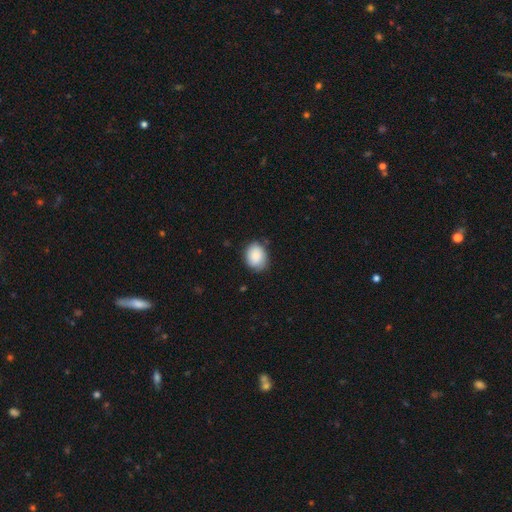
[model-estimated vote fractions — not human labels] Q: Smooth or featured?
A: smooth (87%); runner-up: star or artifact (7%)
Q: How rounded?
A: in between (50%); runner-up: round (49%)
Q: Merging?
A: none (76%); runner-up: minor disturbance (19%)